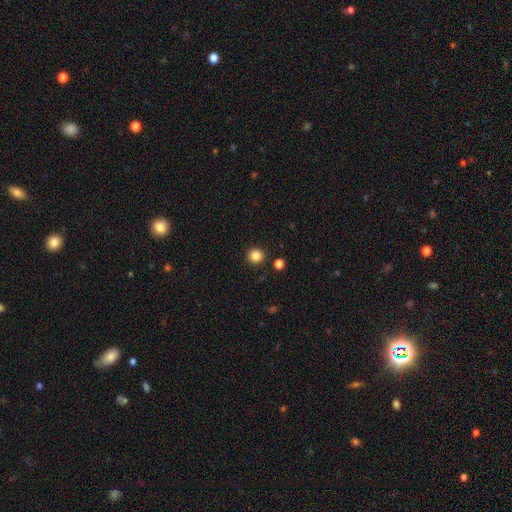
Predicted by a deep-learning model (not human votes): Smooth or featured?
  - smooth: 84% *
  - star or artifact: 12%
  - featured or disk: 4%
How rounded?
  - round: 94% *
  - in between: 5%
  - cigar-shaped: 1%
Merging?
  - none: 91% *
  - minor disturbance: 5%
  - merger: 2%
  - major disturbance: 2%